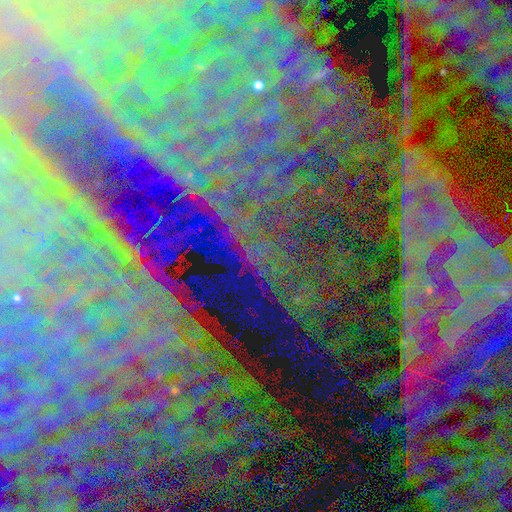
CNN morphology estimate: star or artifact 81%, featured or disk 12%, smooth 8%.